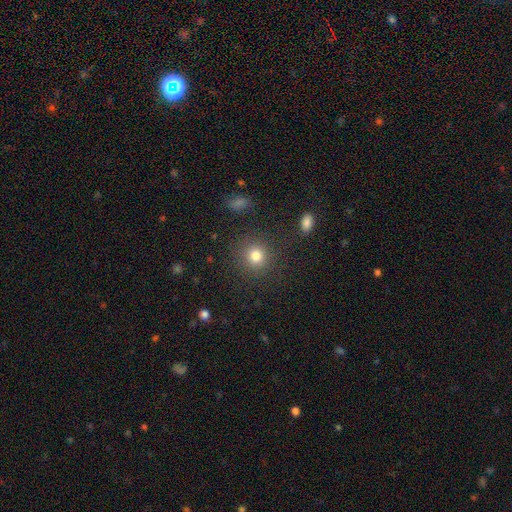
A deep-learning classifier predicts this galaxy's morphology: This appears to be a smooth galaxy with no disk features (81%) that is round (90%). Merging: none (86%).